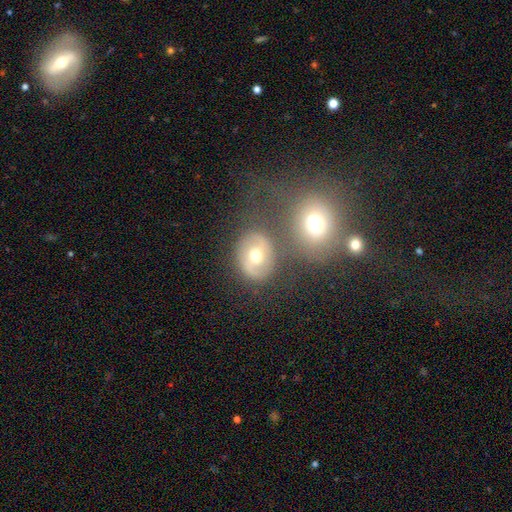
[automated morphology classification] type=featured or disk (51%); edge-on=no (96%); merging=none (67%).